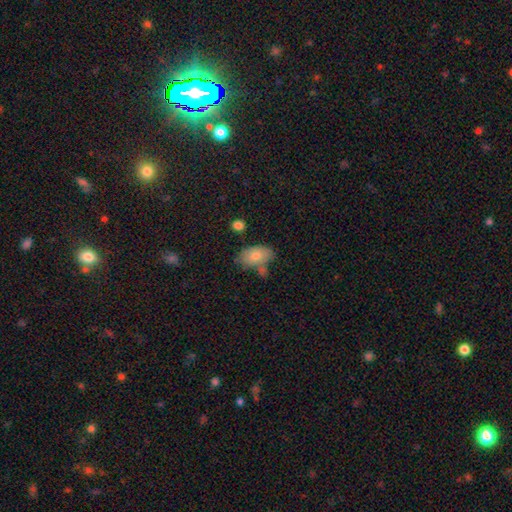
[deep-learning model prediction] smooth 76%, featured or disk 16%, star or artifact 8%. Down the decision tree: how rounded — in between (90%); merging — none (60%).